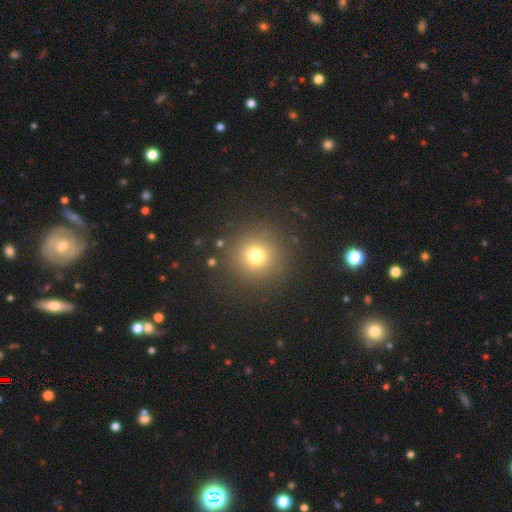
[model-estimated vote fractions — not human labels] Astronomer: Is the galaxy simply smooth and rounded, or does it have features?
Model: smooth — 73%.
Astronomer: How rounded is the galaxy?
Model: round — 94%.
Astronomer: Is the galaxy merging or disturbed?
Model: none — 88%.